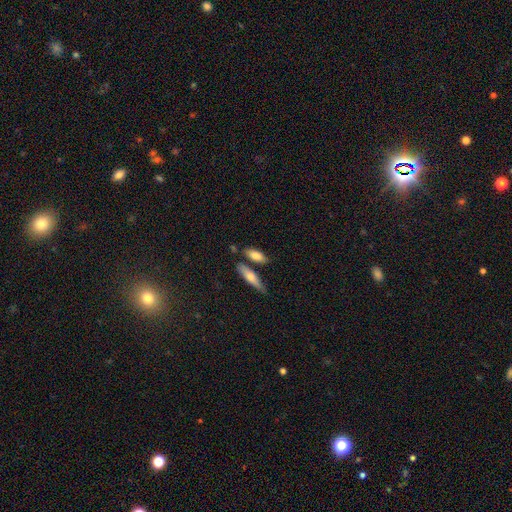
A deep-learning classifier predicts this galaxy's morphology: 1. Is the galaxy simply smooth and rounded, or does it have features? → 75% smooth, 19% featured or disk, 6% star or artifact.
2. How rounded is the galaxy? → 60% in between, 37% cigar-shaped, 3% round.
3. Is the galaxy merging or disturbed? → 65% none, 18% merger, 14% minor disturbance, 3% major disturbance.